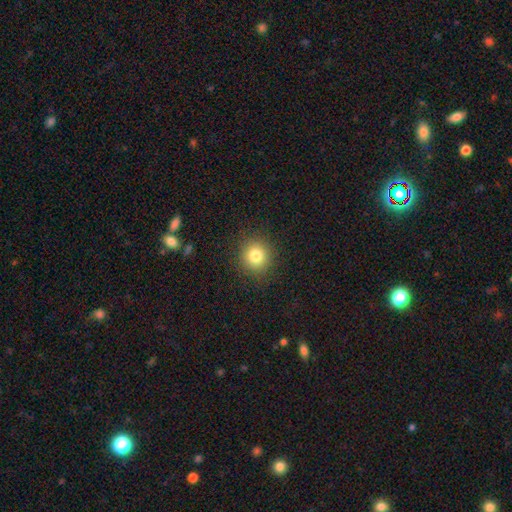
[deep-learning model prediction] smooth 81%, star or artifact 12%, featured or disk 7%. Down the decision tree: how rounded — round (91%); merging — none (90%).